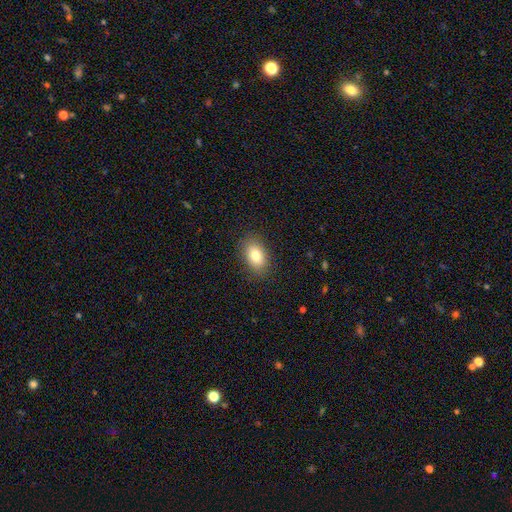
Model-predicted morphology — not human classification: smooth-or-featured: smooth: 82% | featured or disk: 10% | star or artifact: 9%
  how-rounded: in between: 87% | round: 12% | cigar-shaped: 2%
  merging: none: 88% | minor disturbance: 9% | major disturbance: 3% | merger: 1%